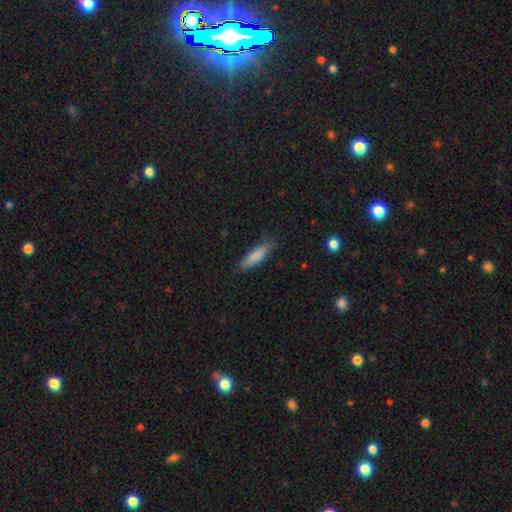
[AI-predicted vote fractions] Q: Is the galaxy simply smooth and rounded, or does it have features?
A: smooth — 83%.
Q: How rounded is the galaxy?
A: cigar-shaped — 70%.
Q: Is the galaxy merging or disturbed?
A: none — 81%.